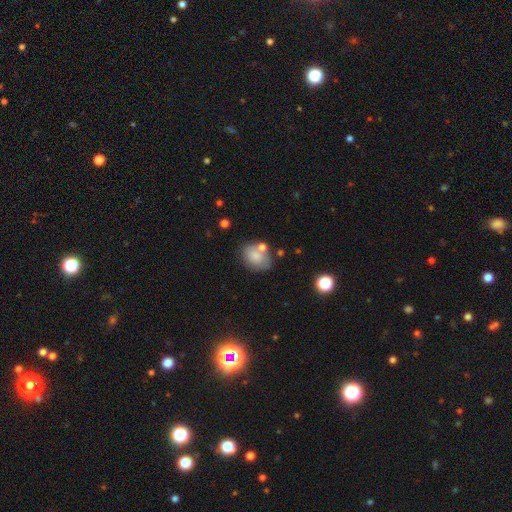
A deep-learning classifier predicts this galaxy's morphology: Smooth or featured? Predicted: smooth (p=0.75). How rounded? Predicted: in between (p=0.65). Merging? Predicted: none (p=0.57).